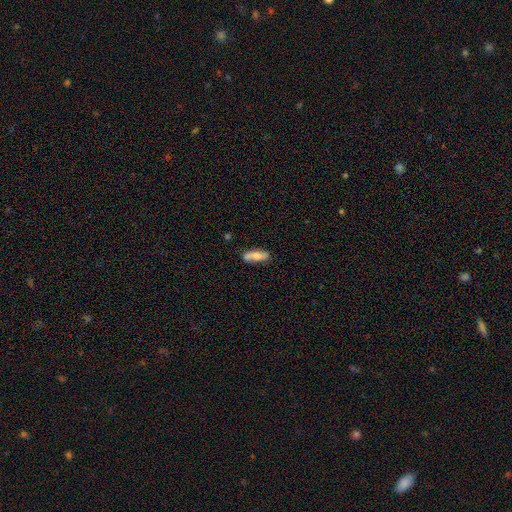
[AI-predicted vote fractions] This appears to be a smooth galaxy with no disk features (70%) that is in between round and cigar-shaped (56%). Merging: none (76%).